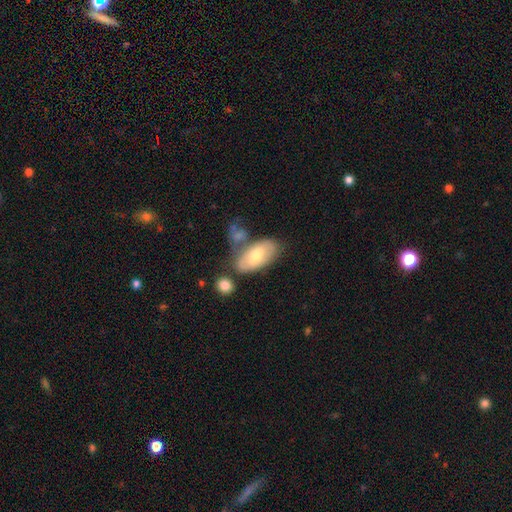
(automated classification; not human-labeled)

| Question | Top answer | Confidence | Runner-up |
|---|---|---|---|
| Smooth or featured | smooth | 64% | featured or disk (30%) |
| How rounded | in between | 92% | cigar-shaped (4%) |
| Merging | none | 57% | merger (19%) |